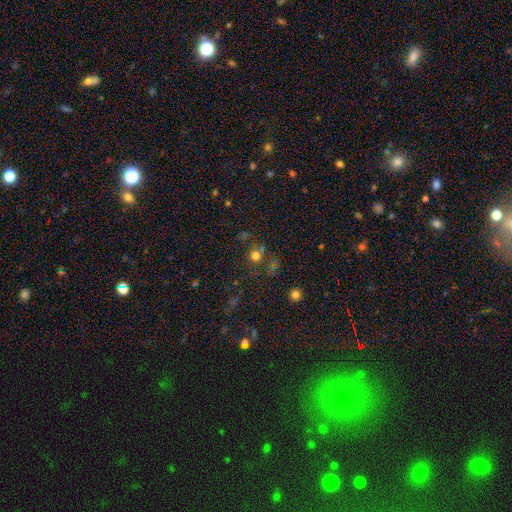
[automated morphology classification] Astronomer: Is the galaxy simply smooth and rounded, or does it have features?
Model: smooth — 66%.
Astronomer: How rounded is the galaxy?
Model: round — 90%.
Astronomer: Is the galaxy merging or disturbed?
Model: none — 69%.